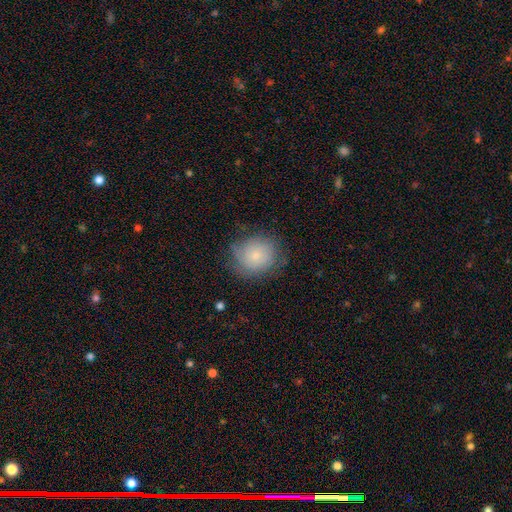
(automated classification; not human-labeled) Overall: smooth (70%). How rounded: round (77%). Merging: none (71%).